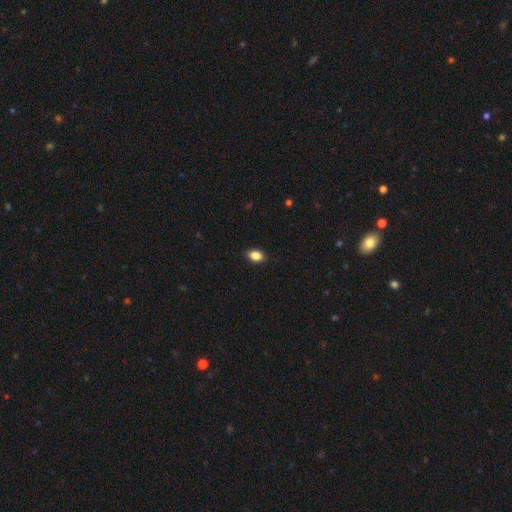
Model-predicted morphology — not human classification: Q: Smooth or featured?
A: smooth (87%); runner-up: star or artifact (9%)
Q: How rounded?
A: in between (79%); runner-up: round (19%)
Q: Merging?
A: none (89%); runner-up: minor disturbance (8%)